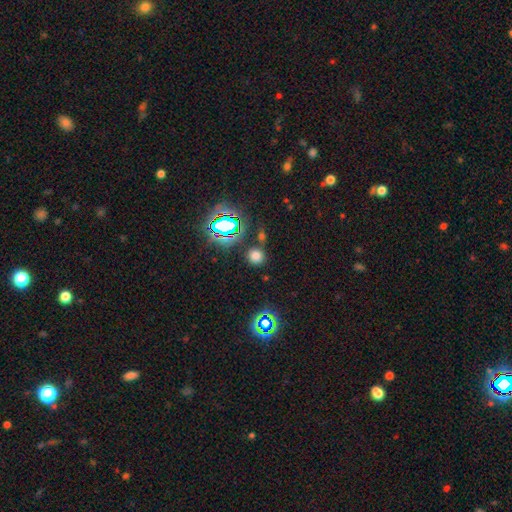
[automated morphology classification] This is likely a smooth galaxy (68%). How rounded: clearly round (89%). Merging: clearly none (81%).